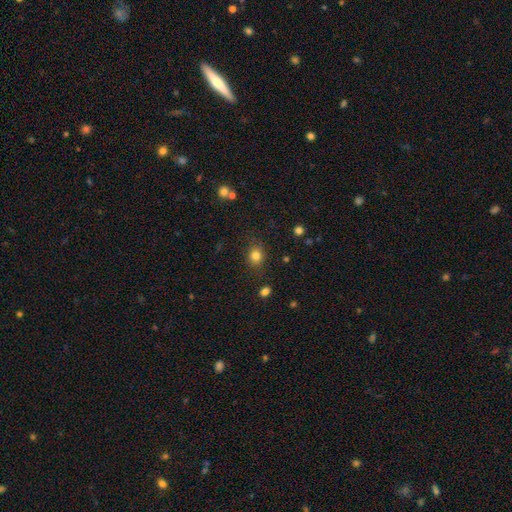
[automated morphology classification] This is clearly a smooth galaxy (81%). How rounded: likely round (67%). Merging: clearly none (83%).